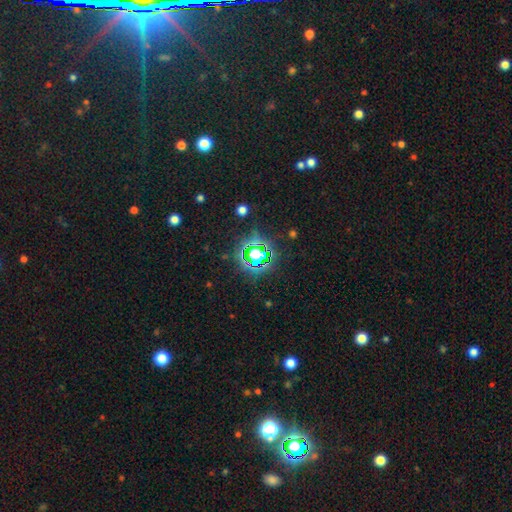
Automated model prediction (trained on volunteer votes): Smooth or featured?
  - star or artifact: 75% *
  - smooth: 17%
  - featured or disk: 8%